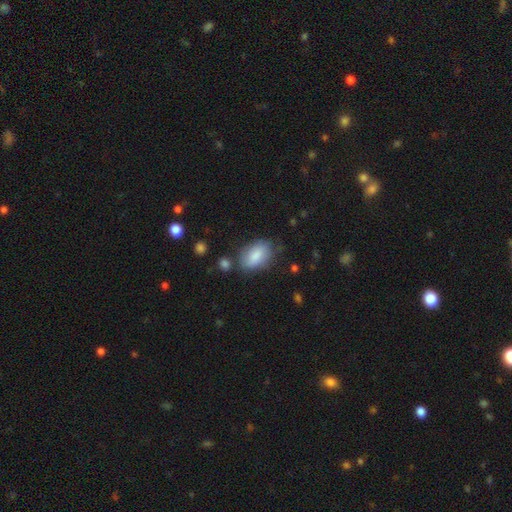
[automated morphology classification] Smooth or featured?
  - smooth: 84% *
  - featured or disk: 10%
  - star or artifact: 6%
How rounded?
  - in between: 91% *
  - round: 7%
  - cigar-shaped: 2%
Merging?
  - none: 67% *
  - minor disturbance: 22%
  - major disturbance: 6%
  - merger: 5%